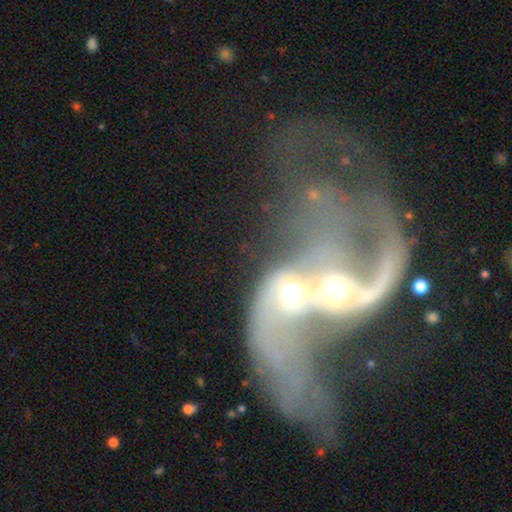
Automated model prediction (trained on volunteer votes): This appears to be a featured or disk galaxy (83%) with no bar (56%), 2 (71%) loose (73%) spiral arms (84%) and a moderate central bulge (52%). Merging: merger (76%).